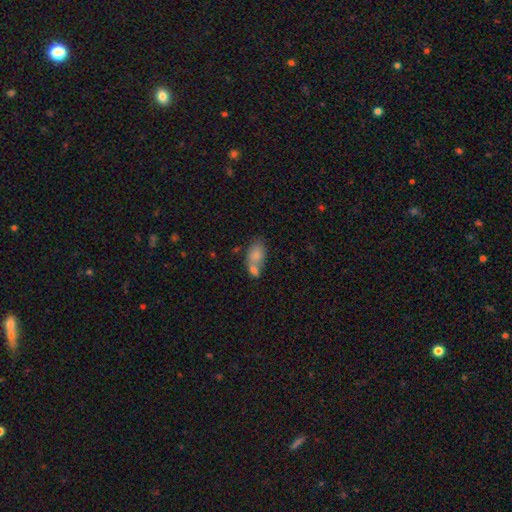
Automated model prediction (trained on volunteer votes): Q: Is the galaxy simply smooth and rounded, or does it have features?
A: smooth — 79%.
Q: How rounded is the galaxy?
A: in between — 89%.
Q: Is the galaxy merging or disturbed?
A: merger — 49%.